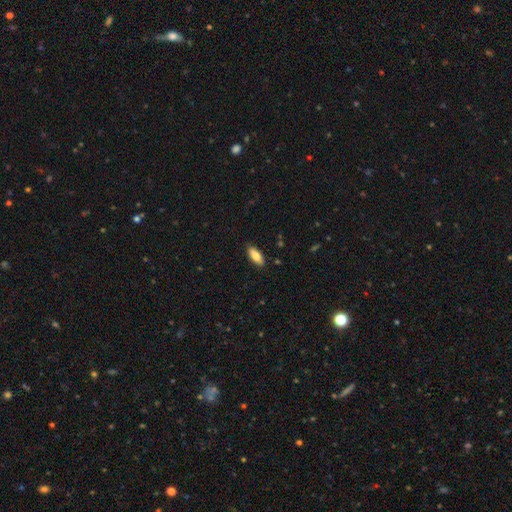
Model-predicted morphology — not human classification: A smooth galaxy with no disk features (79%) that is in between round and cigar-shaped (75%). Merging: none (88%).